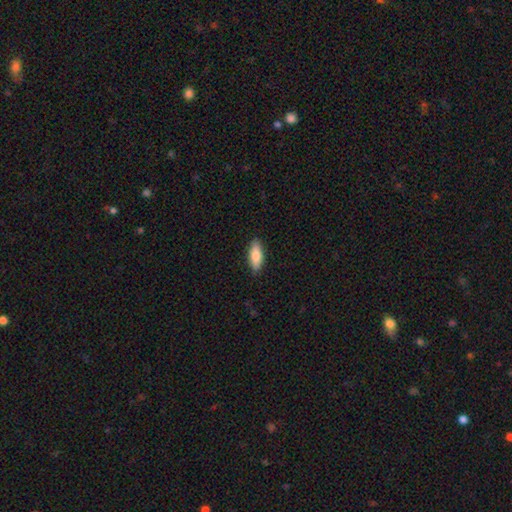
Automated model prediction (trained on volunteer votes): Overall: smooth (78%). How rounded: in between (67%; cigar-shaped 31%). Merging: none (89%).